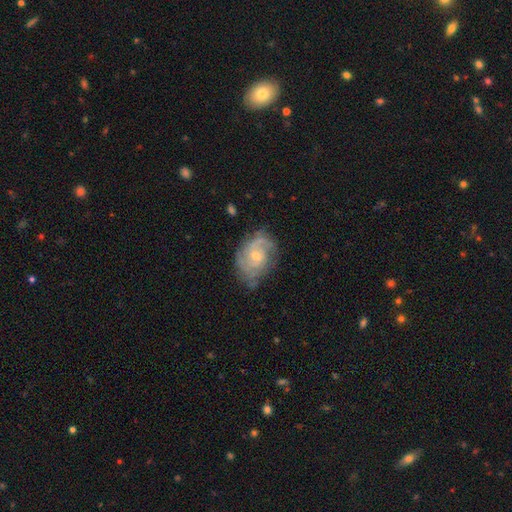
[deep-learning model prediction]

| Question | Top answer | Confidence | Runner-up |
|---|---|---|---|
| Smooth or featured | featured or disk | 82% | smooth (11%) |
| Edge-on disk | no | 97% | yes (3%) |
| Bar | no | 64% | weak (31%) |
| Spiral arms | yes | 94% | no (6%) |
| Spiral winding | tight | 50% | medium (38%) |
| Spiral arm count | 2 | 47% | can't tell (24%) |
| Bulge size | small | 59% | moderate (37%) |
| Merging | none | 69% | minor disturbance (22%) |